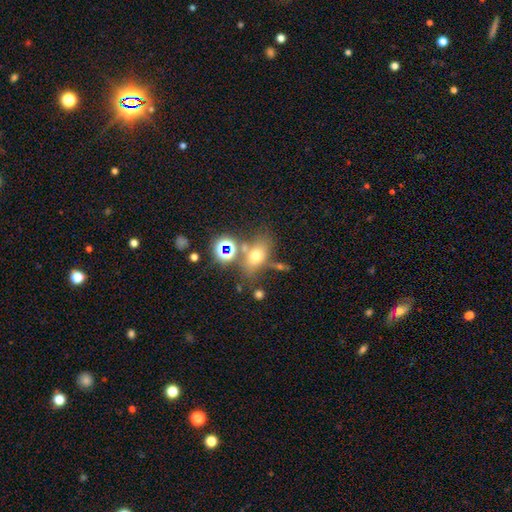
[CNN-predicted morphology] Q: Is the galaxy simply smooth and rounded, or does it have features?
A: smooth — 61%.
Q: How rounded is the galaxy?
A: in between — 70%.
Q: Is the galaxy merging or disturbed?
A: none — 59%.